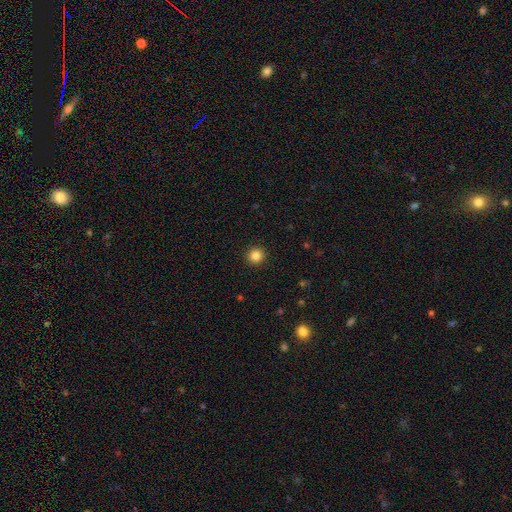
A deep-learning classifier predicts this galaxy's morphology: Overall: smooth (85%). How rounded: round (94%). Merging: none (93%).